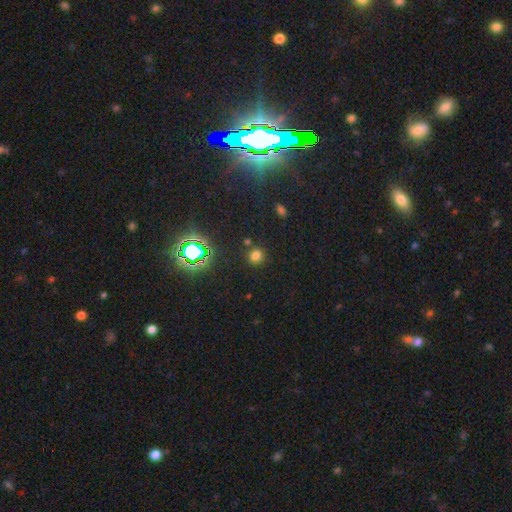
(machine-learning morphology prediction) The model was most divided on "smooth or featured": smooth: 68%, star or artifact: 26%, featured or disk: 6%. More confident: how rounded — round (86%); merging — none (82%).